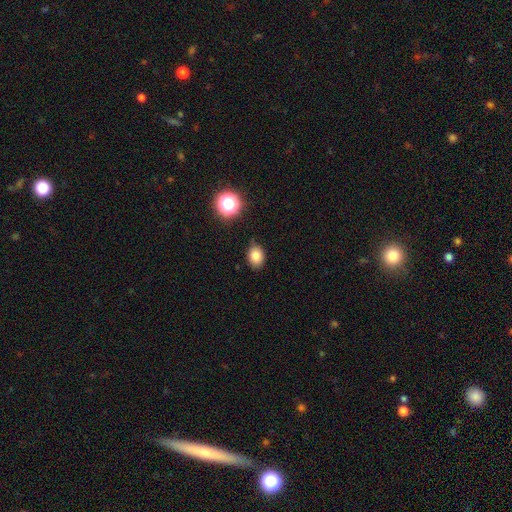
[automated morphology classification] This appears to be a smooth galaxy with no disk features (81%) that is in between round and cigar-shaped (65%). Merging: none (84%).